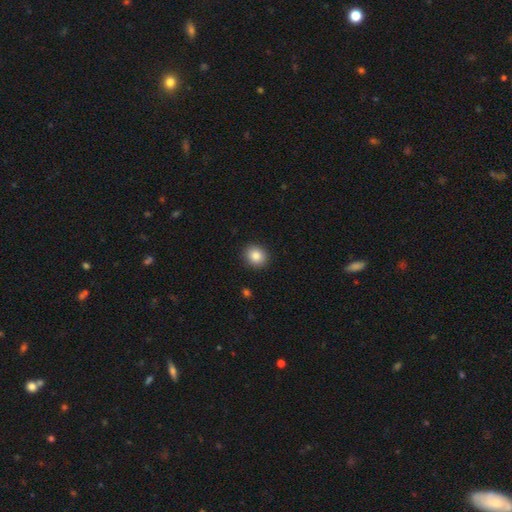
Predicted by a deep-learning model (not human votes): Morphology: type=smooth (86%); roundness=round (77%); merging=none (91%).